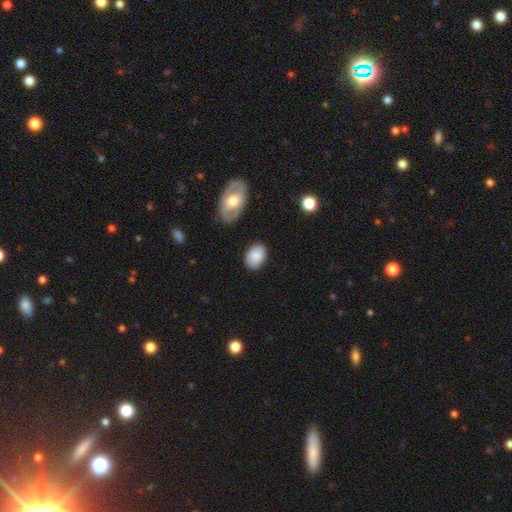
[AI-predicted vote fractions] The model was most divided on "how rounded": in between: 81%, round: 18%, cigar-shaped: 1%. More confident: merging — none (81%); smooth or featured — smooth (80%).